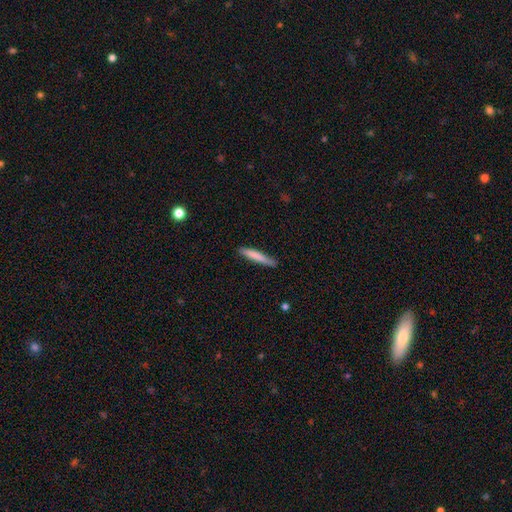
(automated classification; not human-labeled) The model was most divided on "smooth or featured": smooth: 78%, featured or disk: 17%, star or artifact: 6%. More confident: how rounded — cigar-shaped (94%); merging — none (82%).